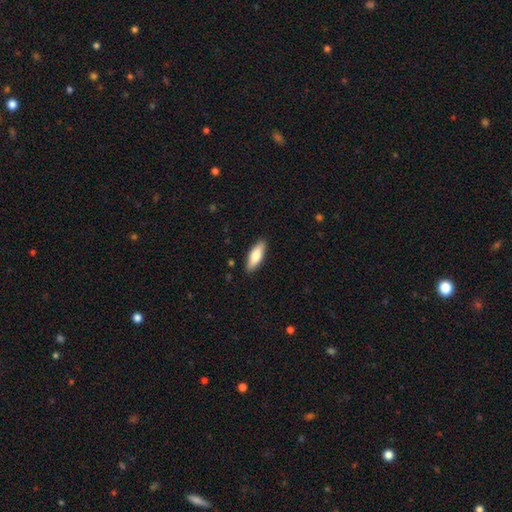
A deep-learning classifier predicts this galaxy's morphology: smooth 78%, featured or disk 17%, star or artifact 5%. Down the decision tree: how rounded — in between (62%); merging — none (88%).